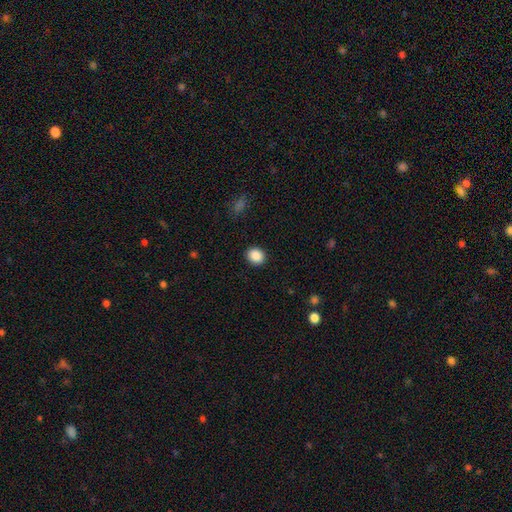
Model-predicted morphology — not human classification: Smooth or featured? Predicted: smooth (p=0.89). How rounded? Predicted: round (p=0.69). Merging? Predicted: none (p=0.91).